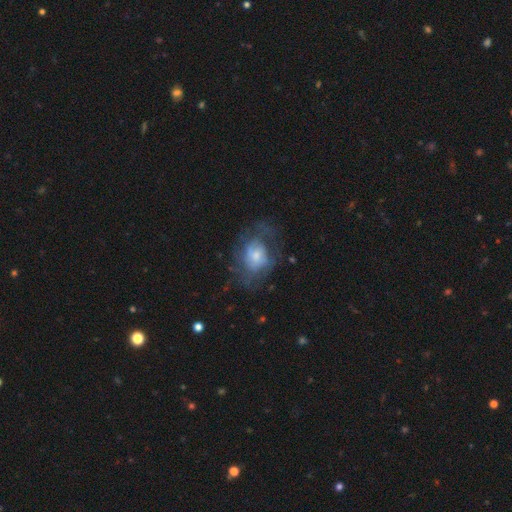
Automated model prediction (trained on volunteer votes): Smooth or featured? featured or disk (55%)
Edge-on disk? no (96%)
Bar? no (74%)
Spiral arms? yes (57%)
Bulge size? moderate (43%)
Merging? none (54%)